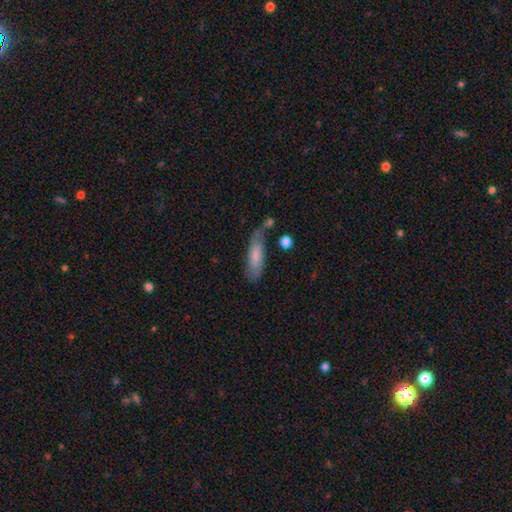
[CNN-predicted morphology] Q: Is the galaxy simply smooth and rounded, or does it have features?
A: smooth — 66%.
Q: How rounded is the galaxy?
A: in between — 55%.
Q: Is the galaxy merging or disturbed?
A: none — 51%.